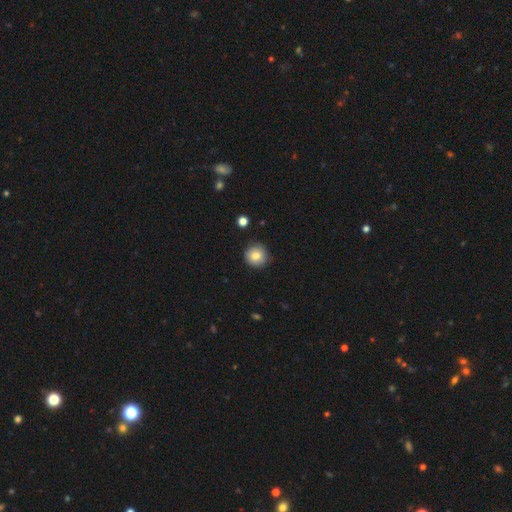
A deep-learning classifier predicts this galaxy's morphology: This is clearly a smooth galaxy (81%). How rounded: clearly round (93%). Merging: clearly none (85%).